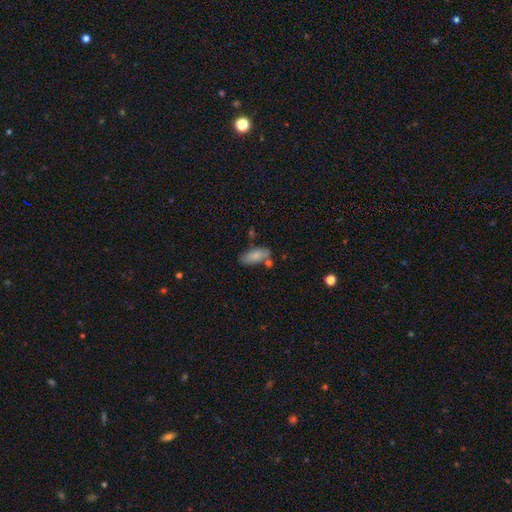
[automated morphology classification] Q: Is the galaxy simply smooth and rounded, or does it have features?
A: smooth — 82%.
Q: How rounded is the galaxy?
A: in between — 83%.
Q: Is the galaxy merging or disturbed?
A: none — 68%.